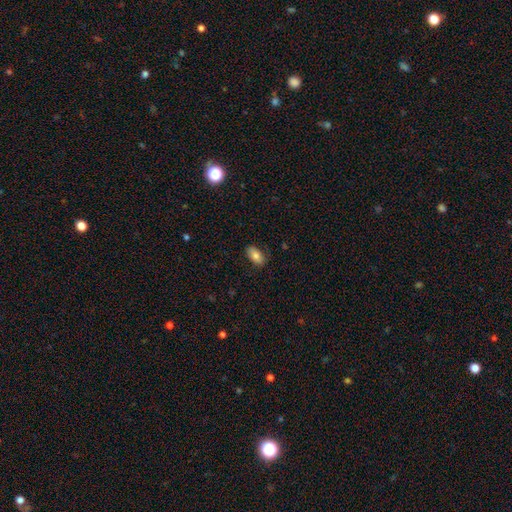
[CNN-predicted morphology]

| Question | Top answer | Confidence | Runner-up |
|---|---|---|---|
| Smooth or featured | smooth | 81% | featured or disk (12%) |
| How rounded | in between | 92% | round (4%) |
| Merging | none | 83% | minor disturbance (13%) |